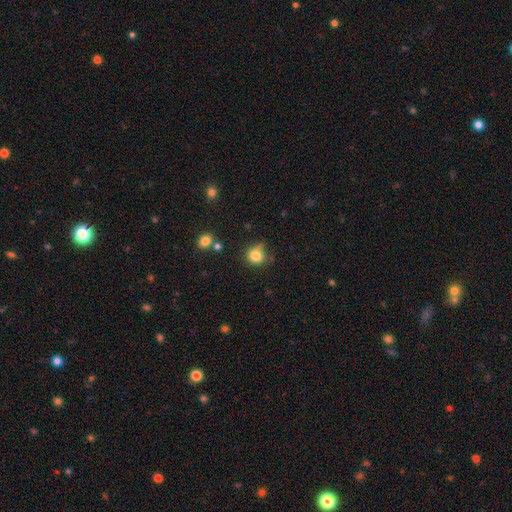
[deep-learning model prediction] smooth 81%, star or artifact 12%, featured or disk 7%. Down the decision tree: how rounded — round (83%); merging — none (57%).